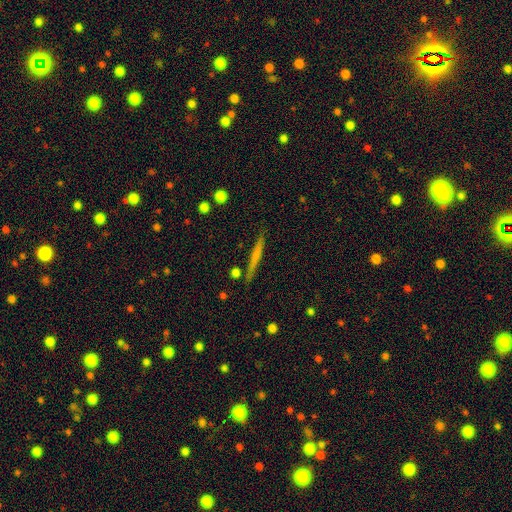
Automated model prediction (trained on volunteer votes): smooth-or-featured: smooth: 52% | featured or disk: 41% | star or artifact: 7%
  how-rounded: cigar-shaped: 95% | in between: 3% | round: 2%
  merging: none: 87% | minor disturbance: 8% | merger: 3% | major disturbance: 2%